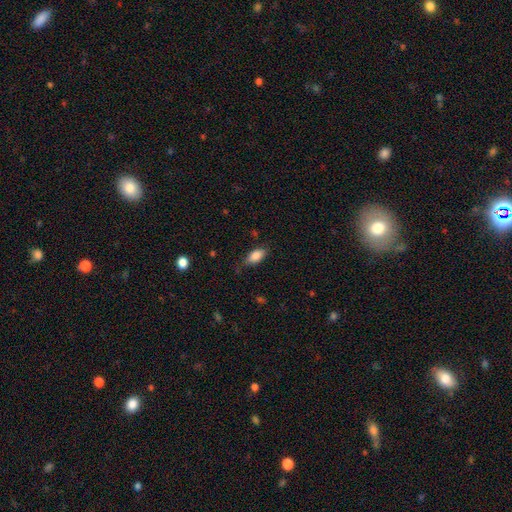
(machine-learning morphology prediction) This is clearly a smooth galaxy (86%). How rounded: clearly in between (89%). Merging: likely none (73%).